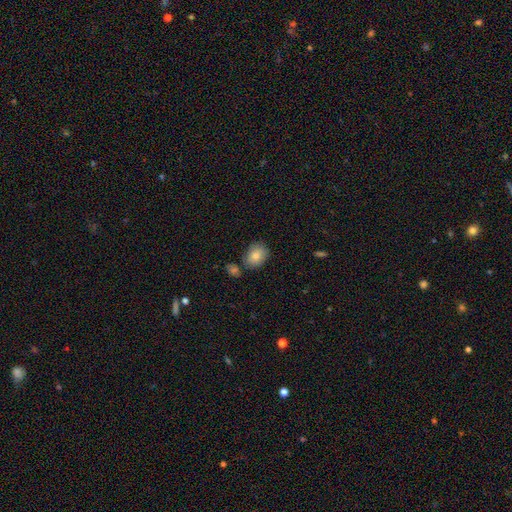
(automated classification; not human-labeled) smooth_or_featured: smooth (p=0.82) [alt: featured or disk p=0.10]
how_rounded: in between (p=0.63) [alt: round p=0.36]
merging: none (p=0.73) [alt: minor disturbance p=0.14]